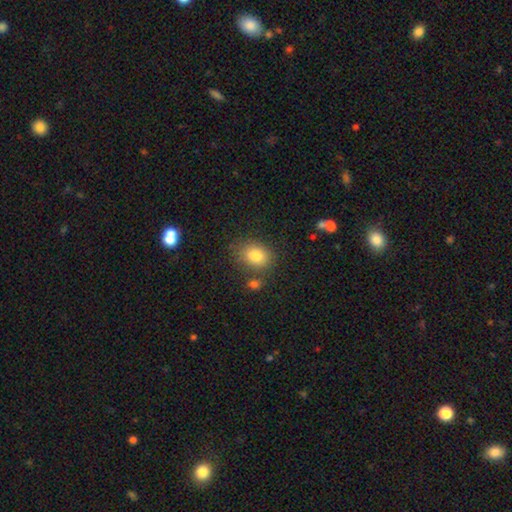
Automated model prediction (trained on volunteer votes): Q: Smooth or featured?
A: smooth (82%); runner-up: star or artifact (10%)
Q: How rounded?
A: in between (54%); runner-up: round (45%)
Q: Merging?
A: none (74%); runner-up: minor disturbance (14%)